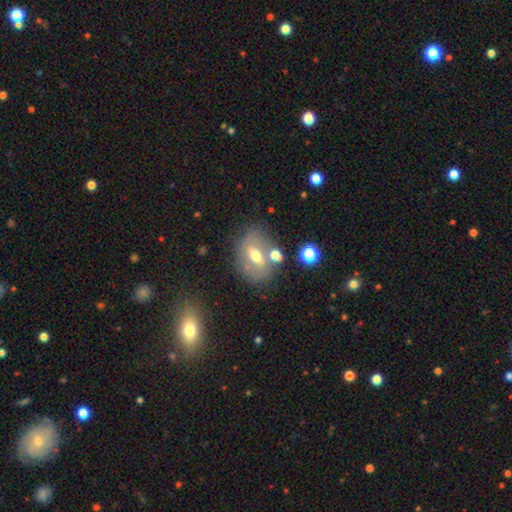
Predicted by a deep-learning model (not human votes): Smooth or featured? Predicted: featured or disk (p=0.49). Merging? Predicted: none (p=0.62).